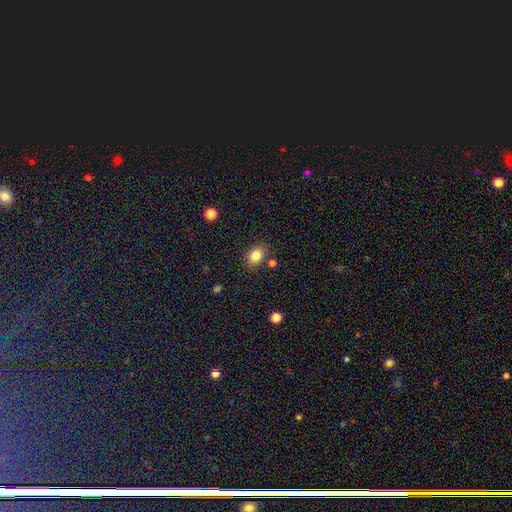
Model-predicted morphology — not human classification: smooth 83%, star or artifact 10%, featured or disk 6%. Down the decision tree: how rounded — in between (59%); merging — none (81%).